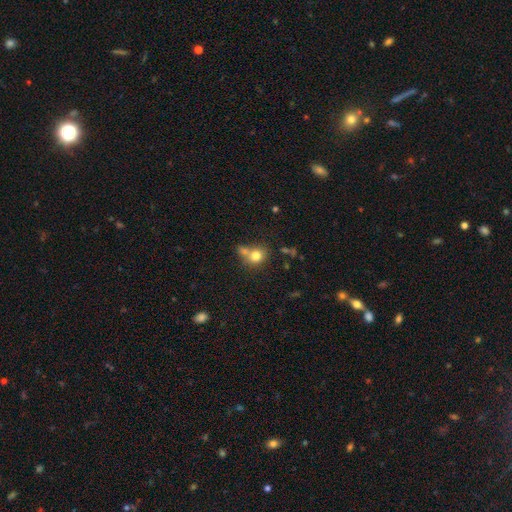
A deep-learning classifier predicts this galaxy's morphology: A smooth galaxy with no disk features (77%) that is round (73%).

Vote fractions:
- Smooth or featured? smooth: 77% / featured or disk: 12% / star or artifact: 11%
- How rounded? round: 73% / in between: 26% / cigar-shaped: 1%
- Merging? none: 45% / merger: 37% / minor disturbance: 12% / major disturbance: 6%